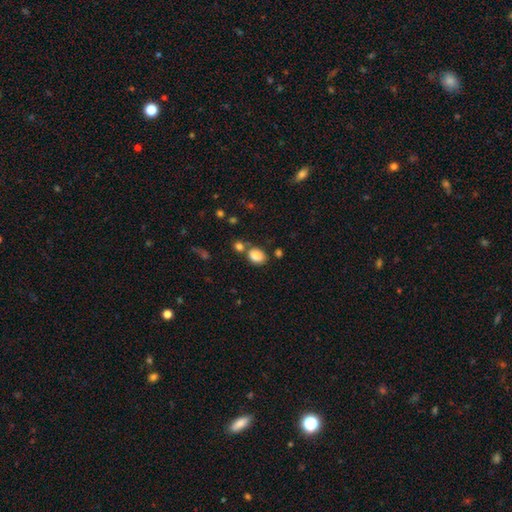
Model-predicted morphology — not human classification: This appears to be a smooth galaxy with no disk features (85%) that is in between round and cigar-shaped (57%). Merging: none (58%).